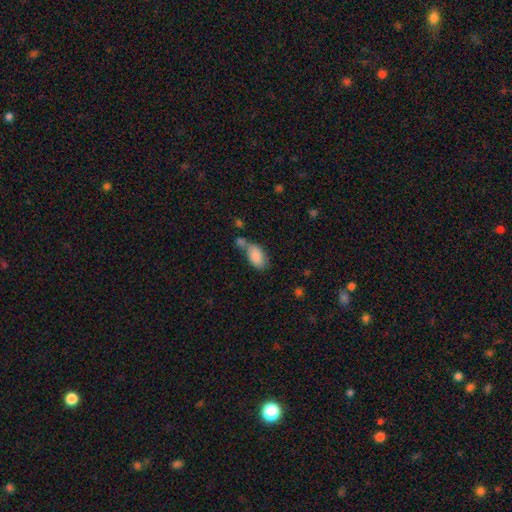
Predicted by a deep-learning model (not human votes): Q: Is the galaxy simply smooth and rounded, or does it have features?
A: smooth — 85%.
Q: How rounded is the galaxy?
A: in between — 92%.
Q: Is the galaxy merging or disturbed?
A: none — 40%.